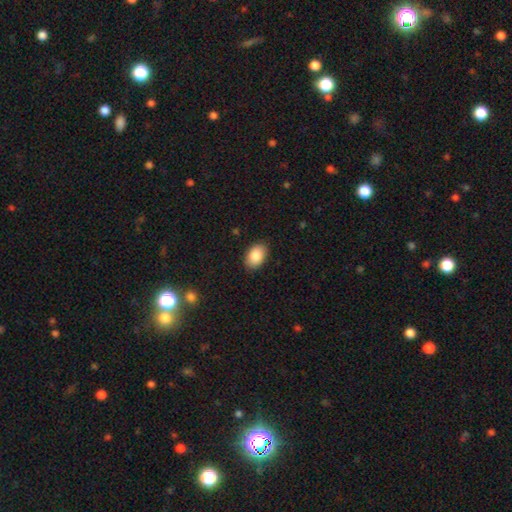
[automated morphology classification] type=smooth (87%); roundness=in between (89%); merging=none (88%).